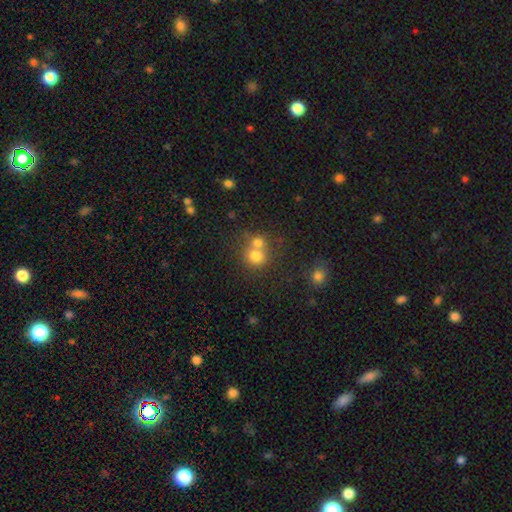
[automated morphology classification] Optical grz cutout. It shows a smooth galaxy with no disk features (74%) that is round (81%). Merging: merger (52%).